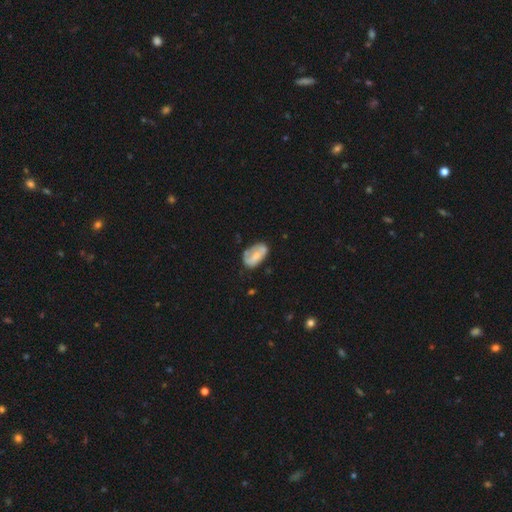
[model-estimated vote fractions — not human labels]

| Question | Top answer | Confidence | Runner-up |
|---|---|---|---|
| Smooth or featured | smooth | 55% | featured or disk (39%) |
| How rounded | in between | 91% | round (7%) |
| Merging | none | 55% | minor disturbance (29%) |